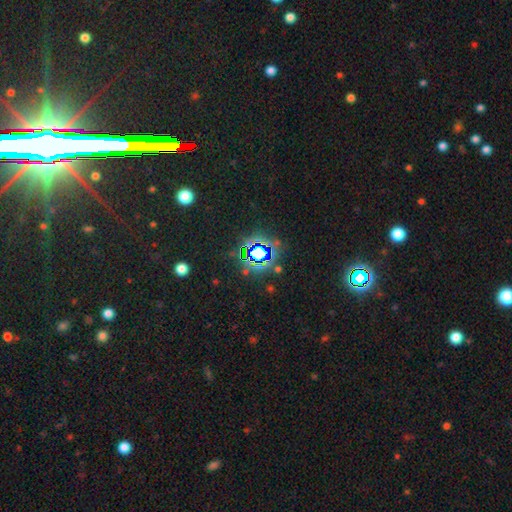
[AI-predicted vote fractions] The model was most divided on "smooth or featured": star or artifact: 76%, smooth: 14%, featured or disk: 10%.